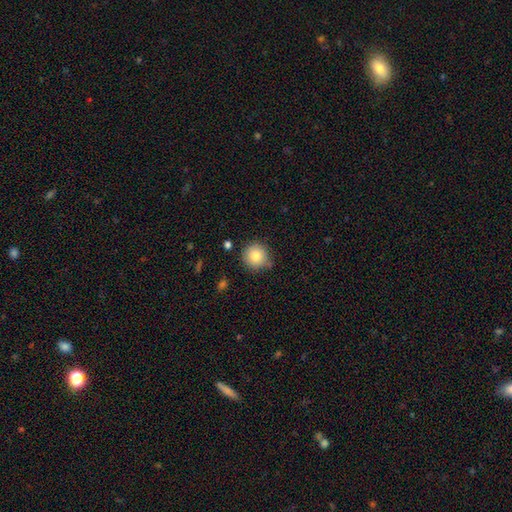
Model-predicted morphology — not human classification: A smooth galaxy with no disk features (82%) that is round (95%). Merging: none (82%).